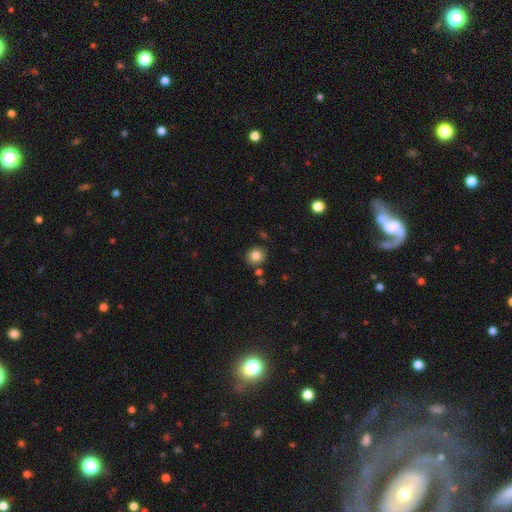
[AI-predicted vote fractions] This is clearly a smooth galaxy (83%). How rounded: clearly round (81%). Merging: clearly none (83%).